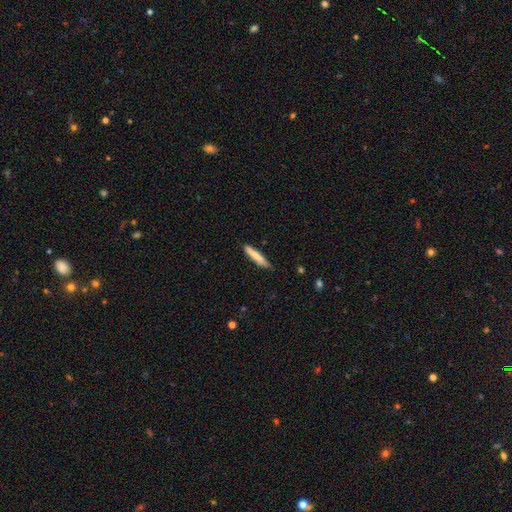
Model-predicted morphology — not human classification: This is likely a smooth galaxy (74%). How rounded: clearly cigar-shaped (91%). Merging: likely none (78%).